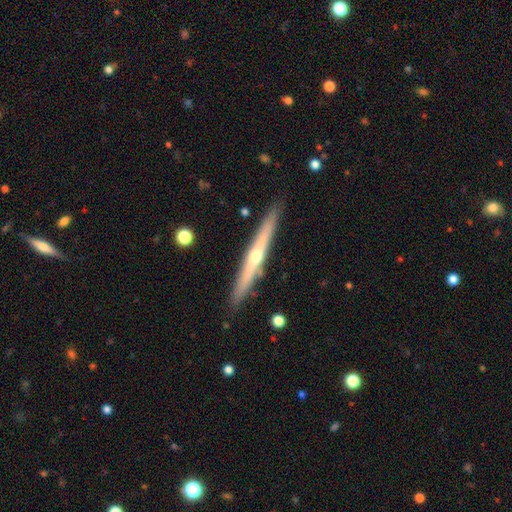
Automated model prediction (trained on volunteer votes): A featured or disk galaxy (69%) viewed edge-on (97%) with a rounded central bulge (79%).

Vote fractions:
- Smooth or featured? featured or disk: 69% / smooth: 25% / star or artifact: 6%
- Edge-on disk? yes: 97% / no: 3%
- Edge-on bulge? rounded: 79% / none: 18% / boxy: 2%
- Merging? none: 90% / minor disturbance: 7% / merger: 1% / major disturbance: 1%